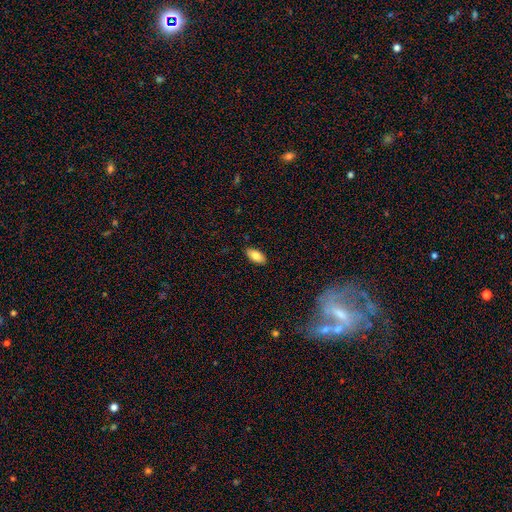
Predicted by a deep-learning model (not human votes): A smooth galaxy with no disk features (82%) that is in between round and cigar-shaped (92%).

Vote fractions:
- Smooth or featured? smooth: 82% / featured or disk: 11% / star or artifact: 7%
- How rounded? in between: 92% / cigar-shaped: 6% / round: 3%
- Merging? none: 87% / minor disturbance: 10% / major disturbance: 2% / merger: 1%